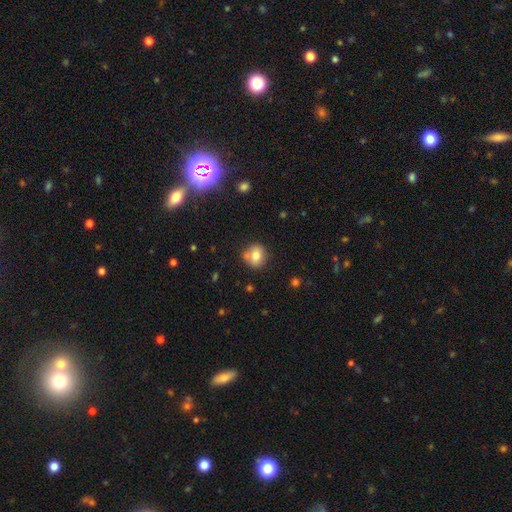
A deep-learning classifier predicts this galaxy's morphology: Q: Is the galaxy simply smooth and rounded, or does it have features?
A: smooth — 75%.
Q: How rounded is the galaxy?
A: round — 79%.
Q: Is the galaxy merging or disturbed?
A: none — 68%.